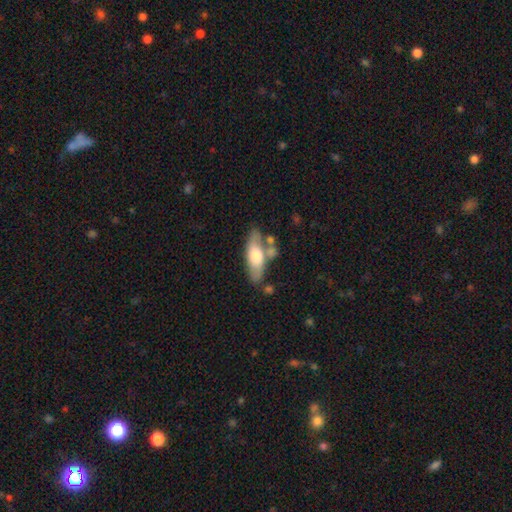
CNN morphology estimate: Smooth or featured? Predicted: smooth (p=0.56). How rounded? Predicted: in between (p=0.64). Merging? Predicted: none (p=0.61).